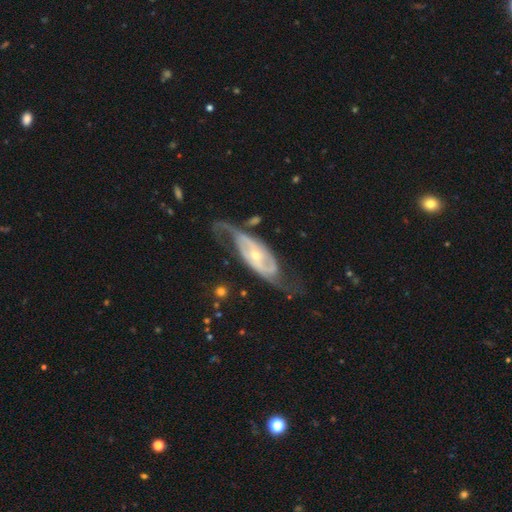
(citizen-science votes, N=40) A featured or disk galaxy (90%) with no bar (52%), 2 (78%) medium (62%) spiral arms (97%) and a small central bulge (79%). Merging: none (72%).